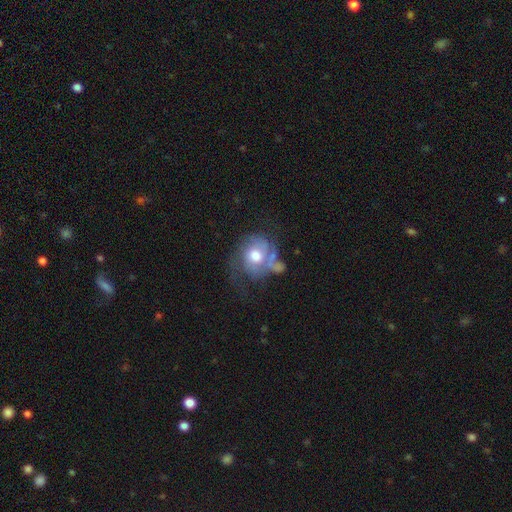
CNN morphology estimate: Smooth or featured? Predicted: featured or disk (p=0.55). Edge-on disk? Predicted: no (p=0.97). Bar? Predicted: no (p=0.78). Spiral arms? Predicted: yes (p=0.67). Bulge size? Predicted: moderate (p=0.65). Merging? Predicted: major disturbance (p=0.32).